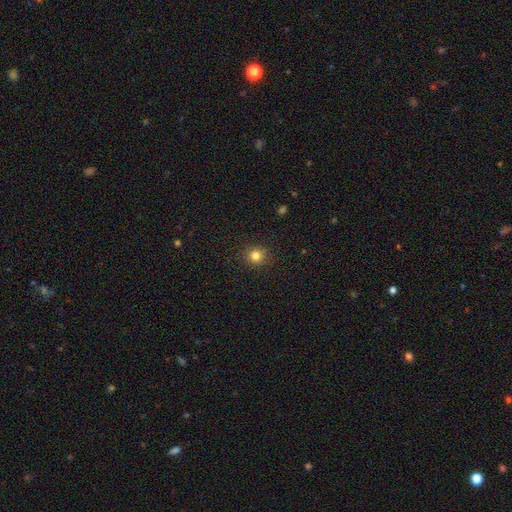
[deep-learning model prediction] A smooth galaxy with no disk features (81%) that is round (89%).

Vote fractions:
- Smooth or featured? smooth: 81% / star or artifact: 13% / featured or disk: 6%
- How rounded? round: 89% / in between: 10% / cigar-shaped: 1%
- Merging? none: 90% / minor disturbance: 7% / major disturbance: 2% / merger: 1%